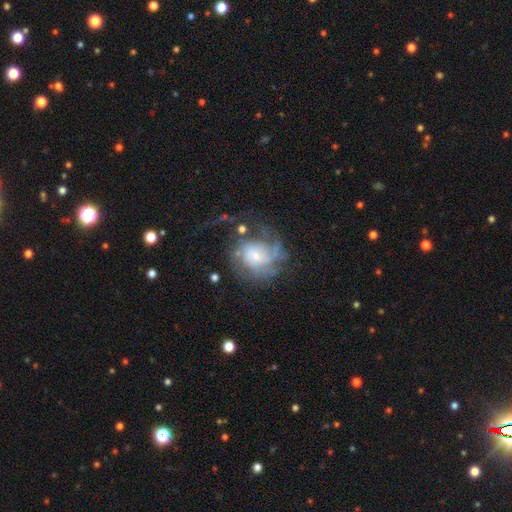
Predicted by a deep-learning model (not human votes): Morphology: type=featured or disk (73%); edge-on=no (98%); bar=no (63%); spiral arms=yes (84%); winding=medium (40%); arm count=can't tell (38%); bulge=small (60%); merging=none (41%).